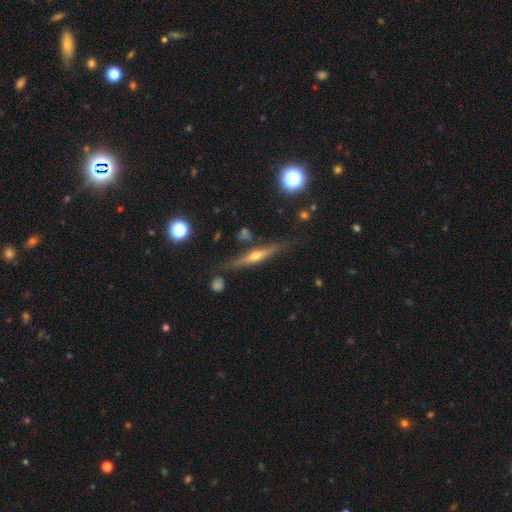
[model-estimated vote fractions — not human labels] Overall: featured or disk (71%). Edge-on disk: yes (96%). Edge-on bulge: rounded (89%). Merging: none (79%).